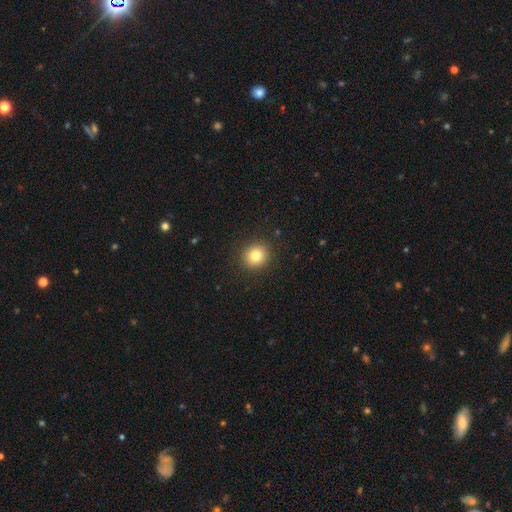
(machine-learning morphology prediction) Smooth or featured? Predicted: smooth (p=0.80). How rounded? Predicted: round (p=0.87). Merging? Predicted: none (p=0.91).